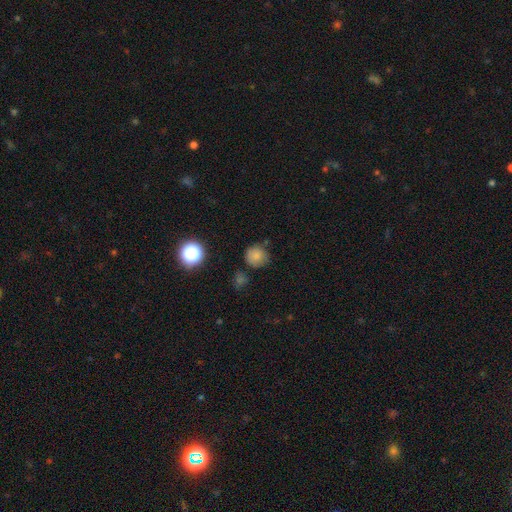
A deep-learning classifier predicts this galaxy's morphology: A smooth galaxy with no disk features (78%) that is round (90%). Merging: none (75%).